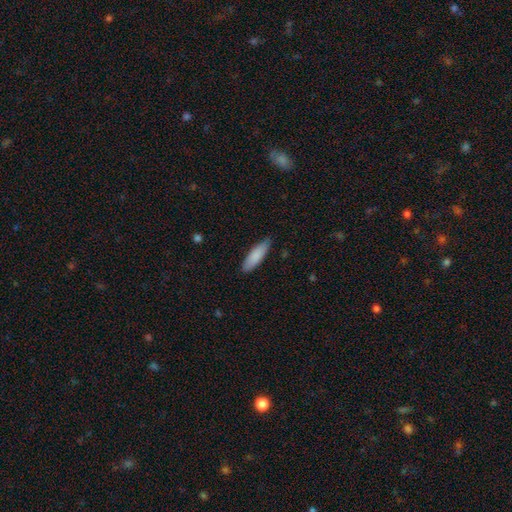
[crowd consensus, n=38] A smooth galaxy with no disk features (76%) that is in between round and cigar-shaped (59%). Merging: none (74%).